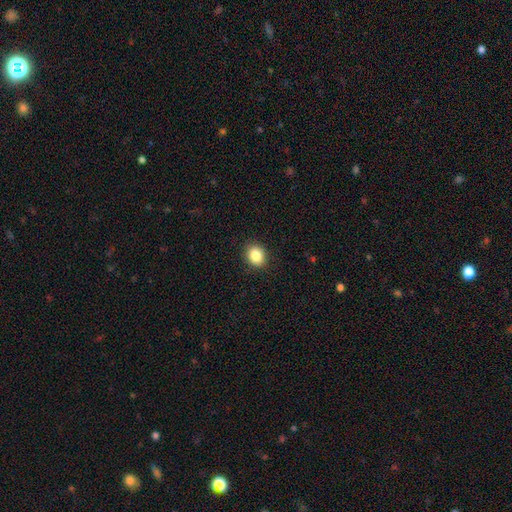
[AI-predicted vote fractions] smooth-or-featured: smooth: 86% | star or artifact: 9% | featured or disk: 5%
  how-rounded: round: 53% | in between: 46% | cigar-shaped: 1%
  merging: none: 91% | minor disturbance: 7% | major disturbance: 2% | merger: 1%